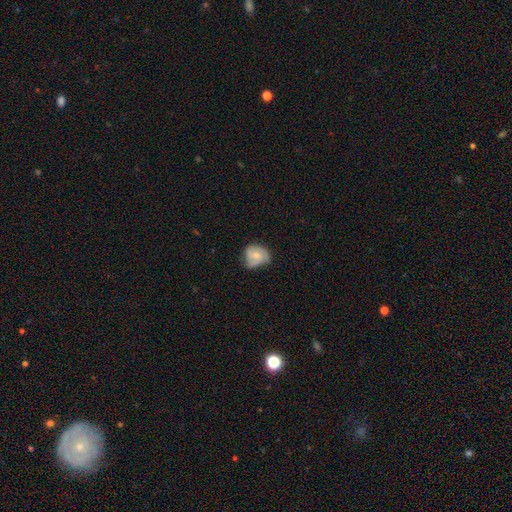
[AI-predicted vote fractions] smooth 57%, featured or disk 36%, star or artifact 7%. Down the decision tree: how rounded — round (63%); merging — none (42%, tied with minor disturbance).